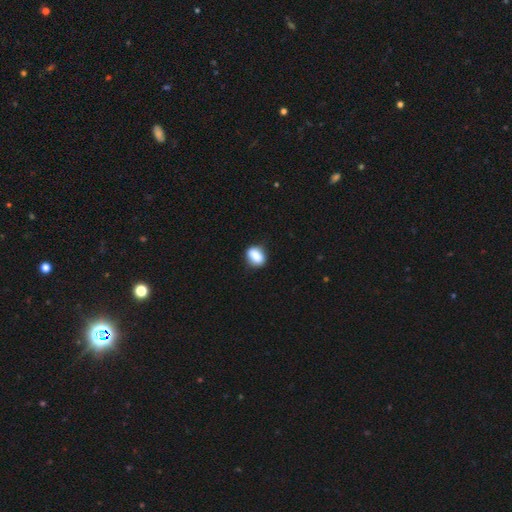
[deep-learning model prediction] Morphology: type=smooth (86%); roundness=in between (69%); merging=none (78%).